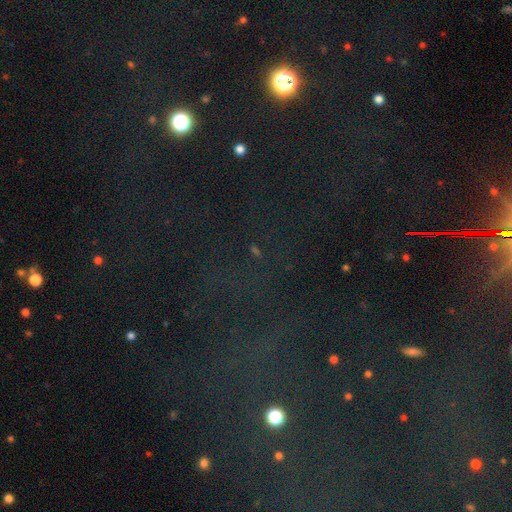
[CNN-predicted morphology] Smooth or featured?
  - star or artifact: 77% *
  - smooth: 15%
  - featured or disk: 8%